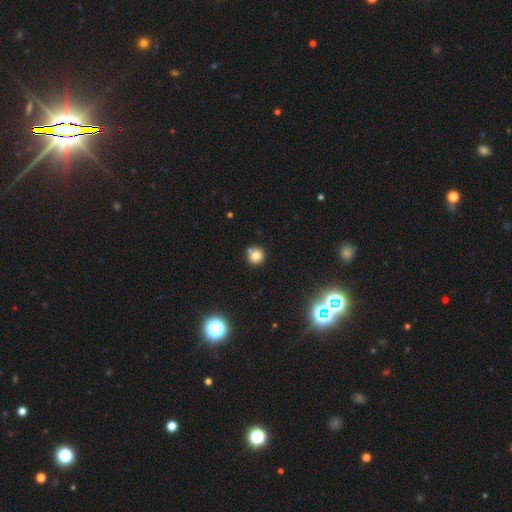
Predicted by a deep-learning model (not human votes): Smooth or featured: smooth — 77% (star or artifact — 14%)
How rounded: round — 92% (in between — 7%)
Merging: none — 73% (merger — 15%)